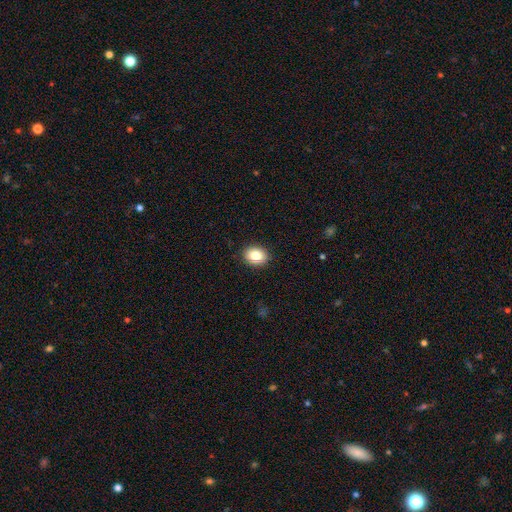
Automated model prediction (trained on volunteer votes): A smooth galaxy with no disk features (83%) that is in between round and cigar-shaped (53%).

Vote fractions:
- Smooth or featured? smooth: 83% / star or artifact: 9% / featured or disk: 8%
- How rounded? in between: 53% / round: 46% / cigar-shaped: 1%
- Merging? none: 91% / minor disturbance: 7% / major disturbance: 2% / merger: 1%